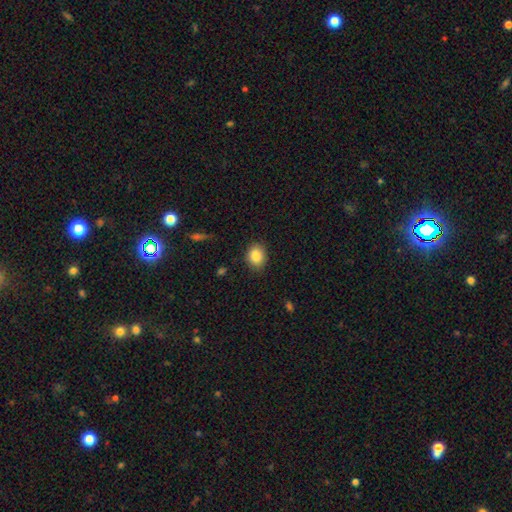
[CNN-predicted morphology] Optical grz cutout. It shows a smooth galaxy with no disk features (86%) that is in between round and cigar-shaped (51%). Merging: none (85%).